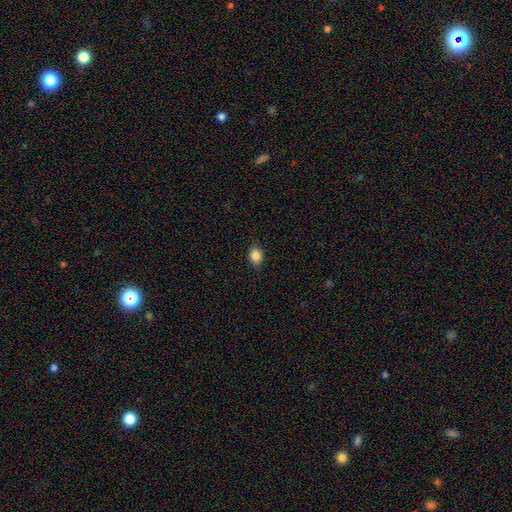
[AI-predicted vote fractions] smooth_or_featured: smooth (p=0.85) [alt: star or artifact p=0.09]
how_rounded: in between (p=0.54) [alt: round p=0.45]
merging: none (p=0.85) [alt: minor disturbance p=0.12]